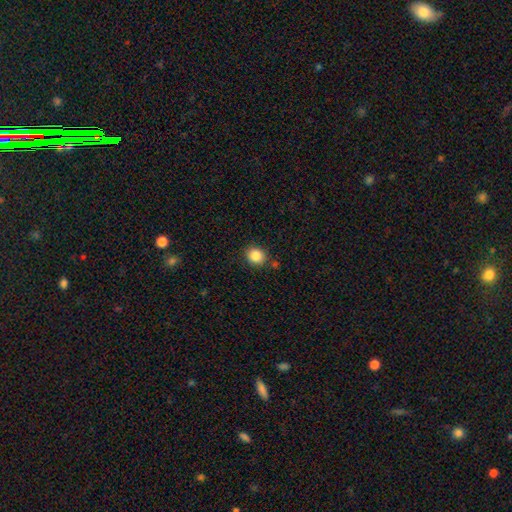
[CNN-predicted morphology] Smooth or featured? Predicted: smooth (p=0.86). How rounded? Predicted: round (p=0.80). Merging? Predicted: none (p=0.84).